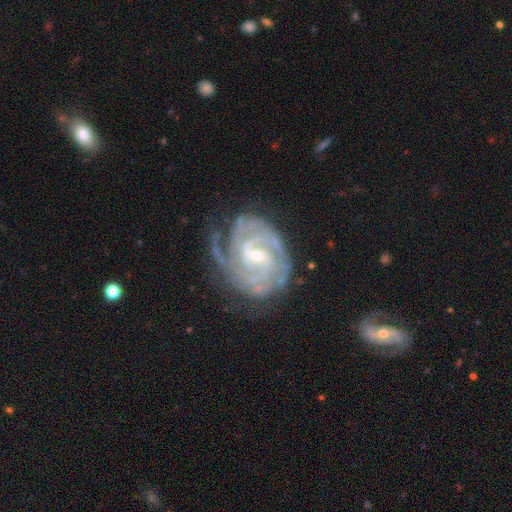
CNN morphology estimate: Smooth or featured?
  - featured or disk: 92% *
  - star or artifact: 5%
  - smooth: 4%
Edge-on disk?
  - no: 98% *
  - yes: 2%
Bar?
  - weak: 53% *
  - no: 30%
  - strong: 18%
Spiral arms?
  - yes: 98% *
  - no: 2%
Spiral winding?
  - tight: 68% *
  - medium: 29%
  - loose: 4%
Spiral arm count?
  - 2: 37% *
  - 3: 24%
  - can't tell: 17%
  - 4: 11%
  - more than 4: 6%
  - 1: 5%
Bulge size?
  - small: 66% *
  - moderate: 30%
  - none: 2%
  - large: 1%
  - dominant: 1%
Merging?
  - none: 66% *
  - minor disturbance: 22%
  - major disturbance: 10%
  - merger: 2%